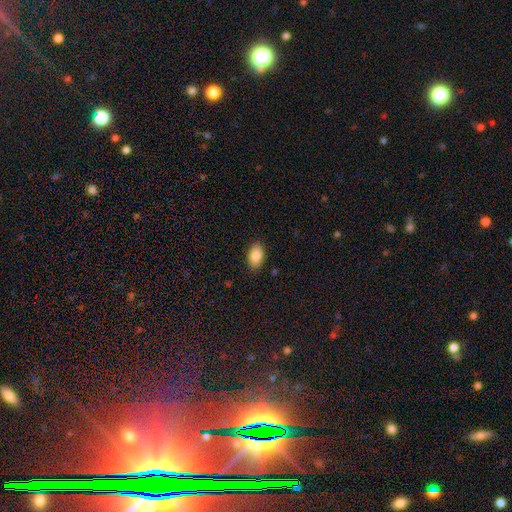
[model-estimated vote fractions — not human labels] This appears to be a smooth galaxy with no disk features (86%) that is in between round and cigar-shaped (91%). Merging: none (88%).